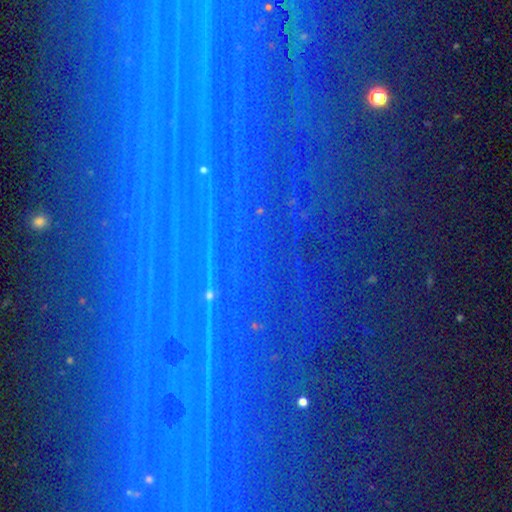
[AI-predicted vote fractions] star or artifact 84%, featured or disk 8%, smooth 7%.